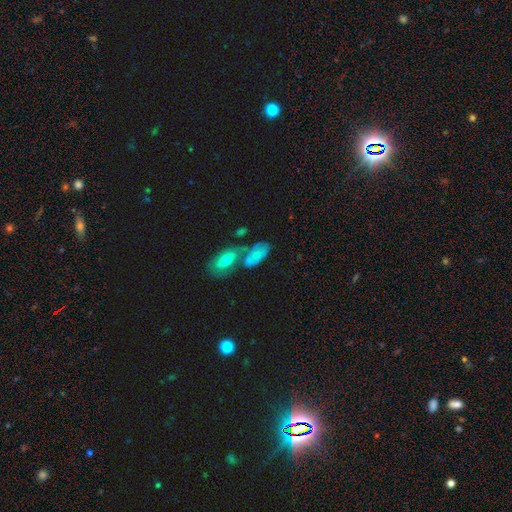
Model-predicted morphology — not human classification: This appears to be a smooth galaxy with no disk features (58%) that is in between round and cigar-shaped (90%). Merging: merger (55%).